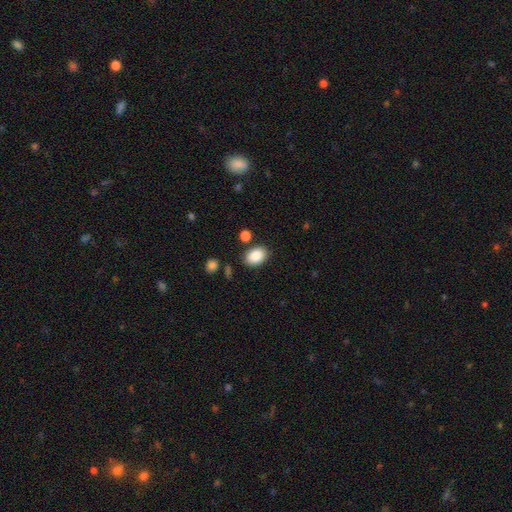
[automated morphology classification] Smooth or featured? smooth (88%)
How rounded? in between (80%)
Merging? none (82%)